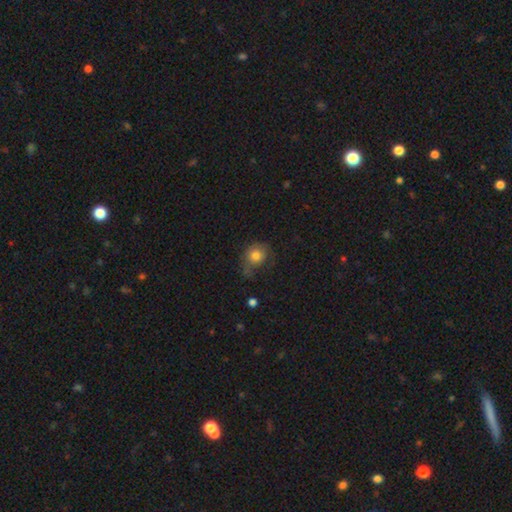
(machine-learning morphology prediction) Smooth or featured? Predicted: smooth (p=0.71). How rounded? Predicted: round (p=0.70). Merging? Predicted: none (p=0.38).